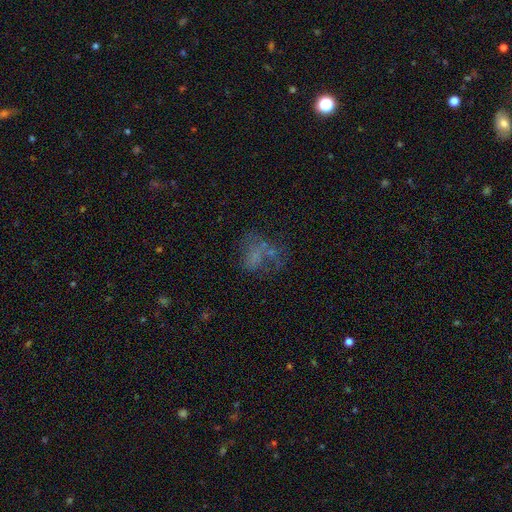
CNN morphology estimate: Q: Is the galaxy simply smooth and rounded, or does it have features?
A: featured or disk — 42%.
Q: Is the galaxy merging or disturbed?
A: major disturbance — 36%.